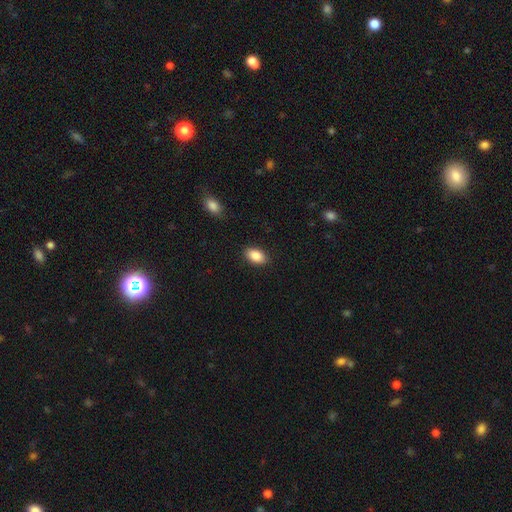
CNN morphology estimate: Smooth or featured? Predicted: smooth (p=0.88). How rounded? Predicted: in between (p=0.91). Merging? Predicted: none (p=0.88).